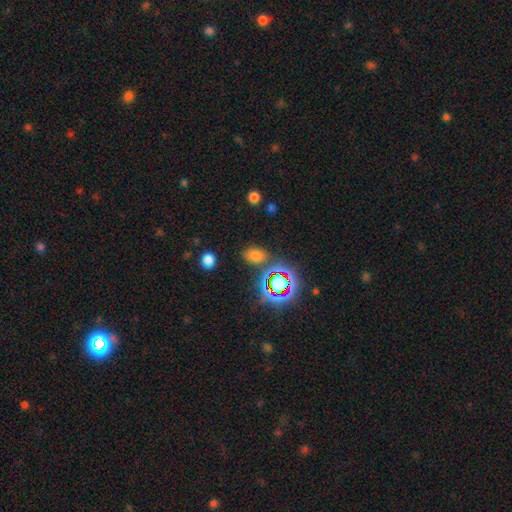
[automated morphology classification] Smooth or featured? Predicted: smooth (p=0.65). How rounded? Predicted: in between (p=0.81). Merging? Predicted: none (p=0.79).